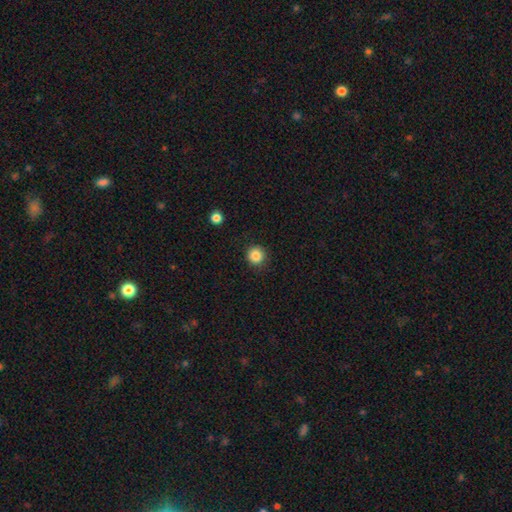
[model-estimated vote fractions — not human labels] Overall: smooth (86%). How rounded: round (94%). Merging: none (90%).